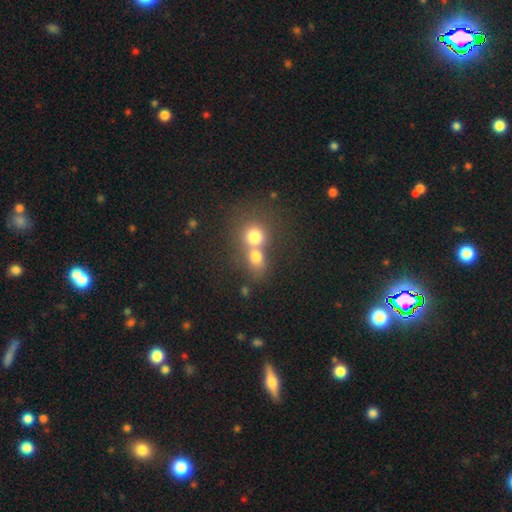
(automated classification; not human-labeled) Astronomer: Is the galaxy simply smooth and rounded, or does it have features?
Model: smooth — 71%.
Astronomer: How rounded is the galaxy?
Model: round — 69%.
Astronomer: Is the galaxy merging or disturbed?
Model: merger — 66%.